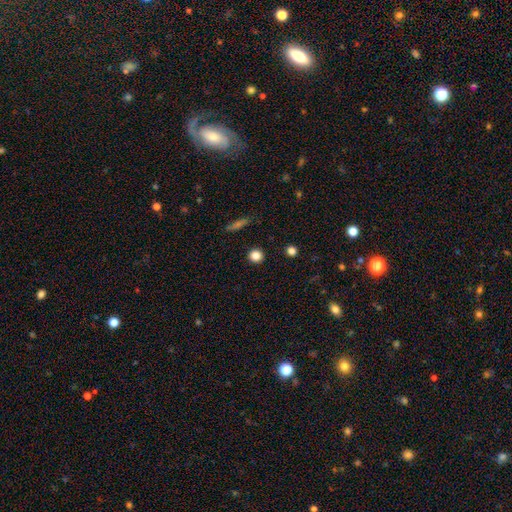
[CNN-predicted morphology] This appears to be a smooth galaxy with no disk features (84%) that is round (93%). Merging: none (92%).